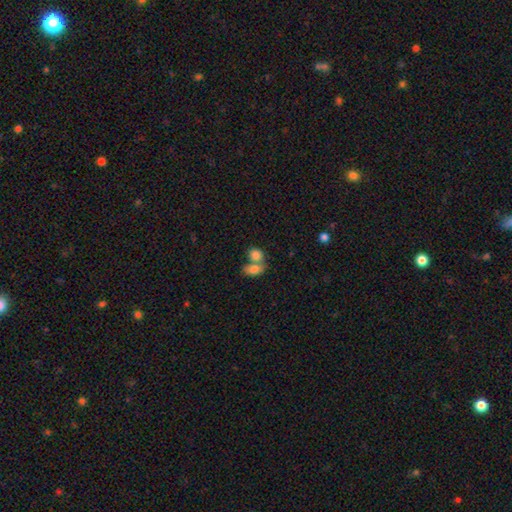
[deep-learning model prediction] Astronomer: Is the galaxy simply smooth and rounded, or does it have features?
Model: smooth — 82%.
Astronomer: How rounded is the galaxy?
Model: in between — 57% (runner-up: round, 41%).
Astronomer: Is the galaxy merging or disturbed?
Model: merger — 57%.